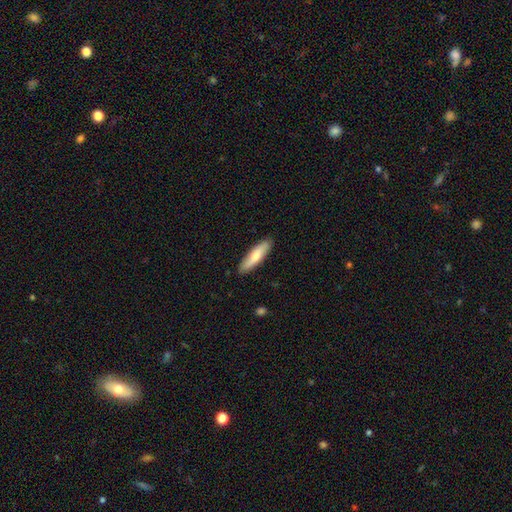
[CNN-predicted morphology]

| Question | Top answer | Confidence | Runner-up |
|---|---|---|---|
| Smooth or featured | smooth | 67% | featured or disk (28%) |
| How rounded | cigar-shaped | 73% | in between (25%) |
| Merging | none | 89% | minor disturbance (9%) |